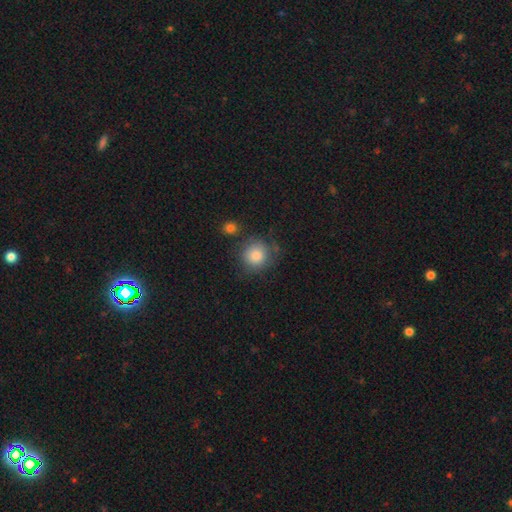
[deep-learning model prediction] Morphology: type=smooth (83%); roundness=round (89%); merging=none (69%).